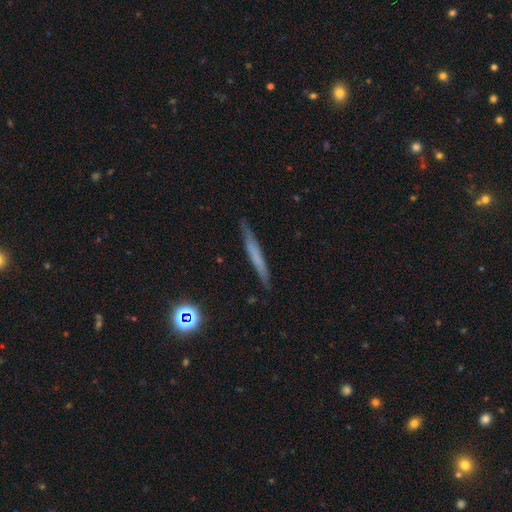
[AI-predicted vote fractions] Smooth or featured? smooth (50%)
Merging? none (87%)